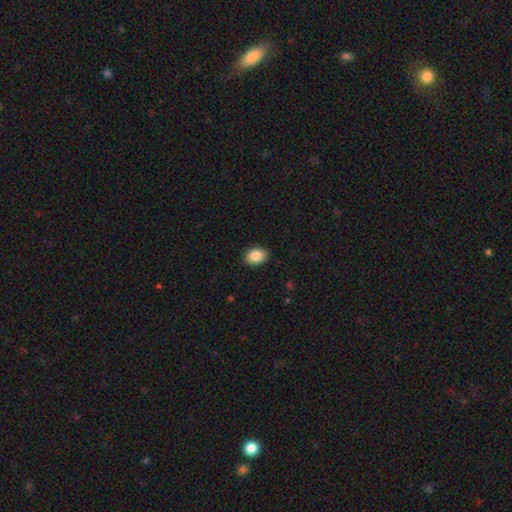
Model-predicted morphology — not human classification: This is clearly a smooth galaxy (87%). How rounded: likely in between (70%). Merging: clearly none (90%).